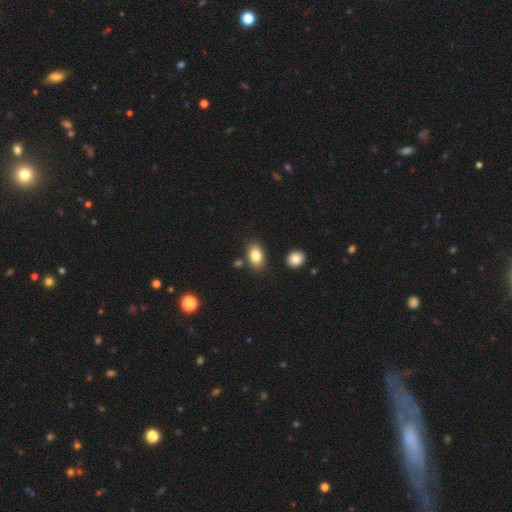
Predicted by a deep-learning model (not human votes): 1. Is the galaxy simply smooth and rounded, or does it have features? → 83% smooth, 9% featured or disk, 8% star or artifact.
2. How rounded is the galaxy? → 87% in between, 12% round, 2% cigar-shaped.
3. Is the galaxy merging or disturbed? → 82% none, 10% minor disturbance, 6% merger, 3% major disturbance.